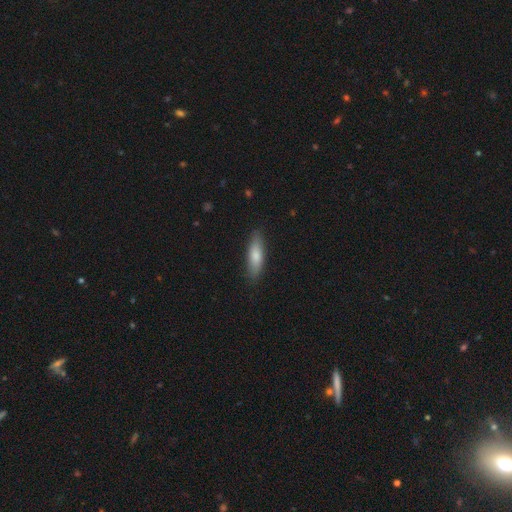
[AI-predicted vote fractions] A smooth galaxy with no disk features (77%) that is cigar-shaped (57%). Merging: none (86%).